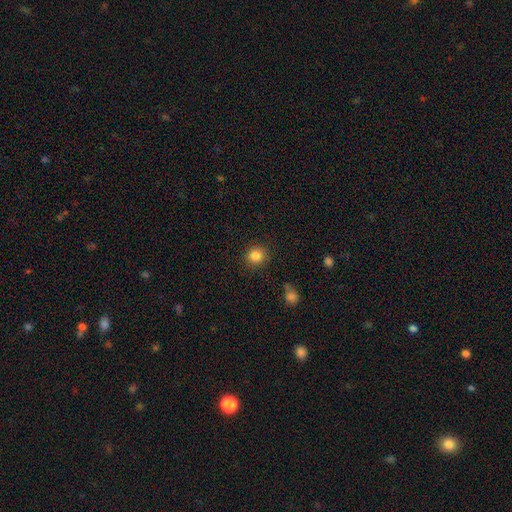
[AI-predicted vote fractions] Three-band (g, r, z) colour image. It shows a smooth galaxy with no disk features (84%) that is round (87%). Merging: none (88%).